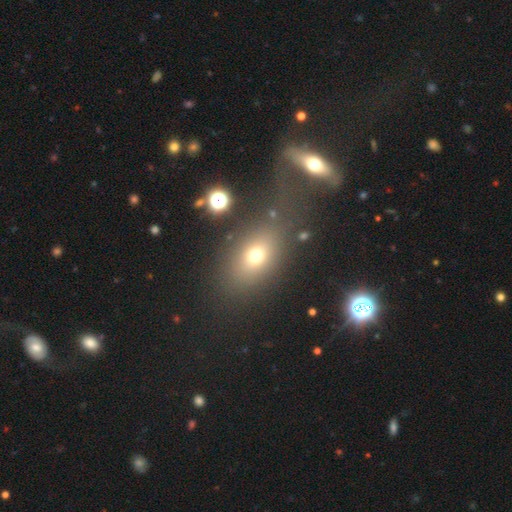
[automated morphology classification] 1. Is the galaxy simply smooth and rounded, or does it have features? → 68% smooth, 17% star or artifact, 15% featured or disk.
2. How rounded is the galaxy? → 69% in between, 28% round, 3% cigar-shaped.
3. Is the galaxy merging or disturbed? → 70% none, 13% minor disturbance, 11% major disturbance, 7% merger.